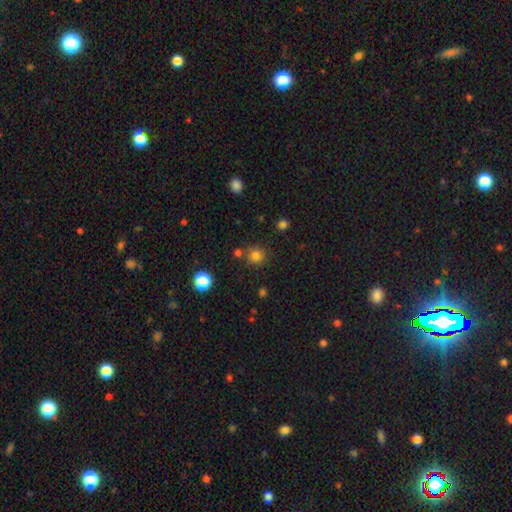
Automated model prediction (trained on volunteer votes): smooth-or-featured: smooth: 79% | star or artifact: 16% | featured or disk: 5%
  how-rounded: round: 90% | in between: 9% | cigar-shaped: 1%
  merging: none: 77% | merger: 10% | minor disturbance: 10% | major disturbance: 4%